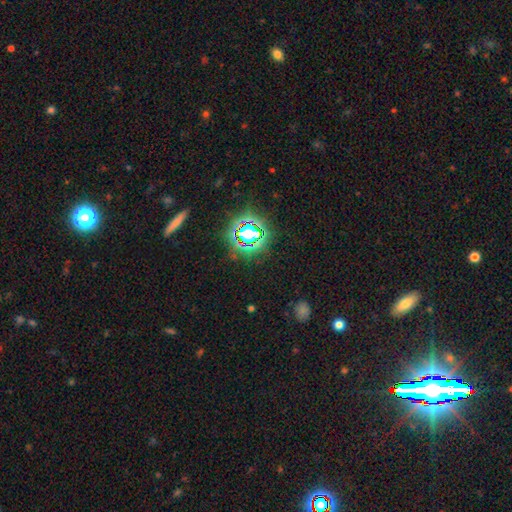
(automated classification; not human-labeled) star or artifact 80%, smooth 13%, featured or disk 7%.